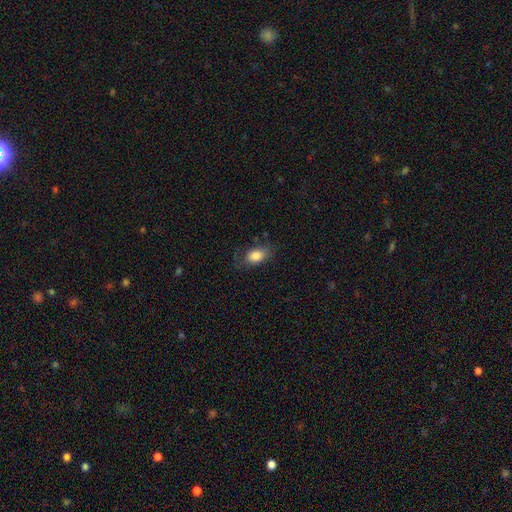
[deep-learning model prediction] The model was most divided on "merging": none: 68%, minor disturbance: 22%, major disturbance: 8%, merger: 1%. More confident: how rounded — in between (86%); smooth or featured — smooth (83%).